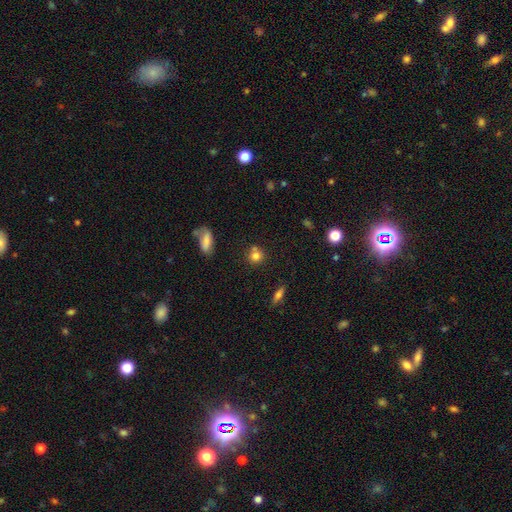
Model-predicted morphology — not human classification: smooth_or_featured: smooth (p=0.76) [alt: star or artifact p=0.13]
how_rounded: round (p=0.85) [alt: in between p=0.13]
merging: none (p=0.60) [alt: merger p=0.24]